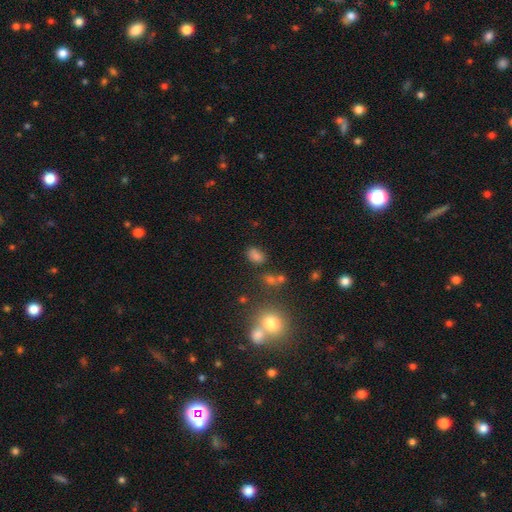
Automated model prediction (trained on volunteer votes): Smooth or featured? Predicted: smooth (p=0.73). How rounded? Predicted: in between (p=0.79). Merging? Predicted: none (p=0.69).